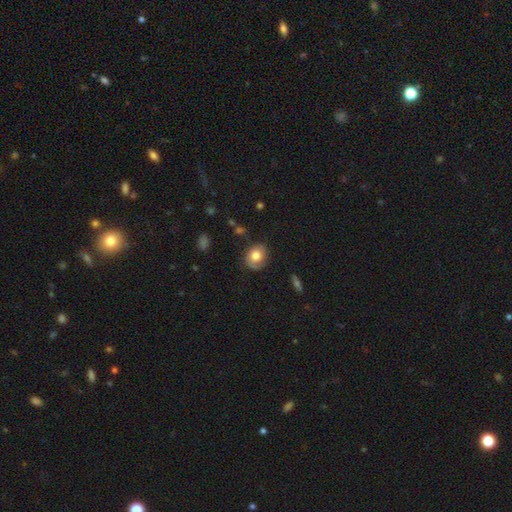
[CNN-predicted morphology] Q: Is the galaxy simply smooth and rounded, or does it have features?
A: smooth — 60%.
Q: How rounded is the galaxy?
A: round — 62%.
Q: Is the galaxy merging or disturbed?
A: none — 69%.